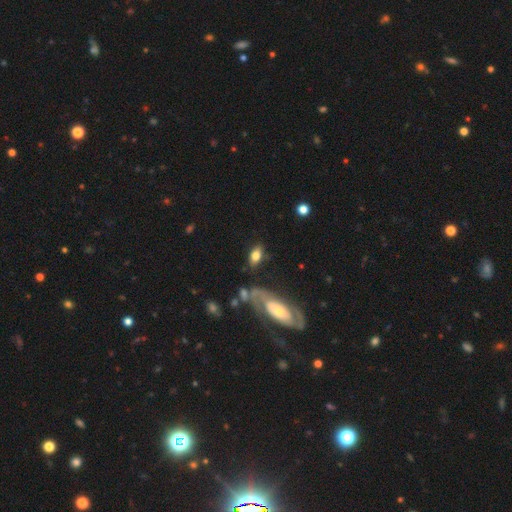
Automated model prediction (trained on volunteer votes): Q: Smooth or featured?
A: smooth (71%); runner-up: featured or disk (21%)
Q: How rounded?
A: in between (87%); runner-up: cigar-shaped (6%)
Q: Merging?
A: none (68%); runner-up: minor disturbance (17%)